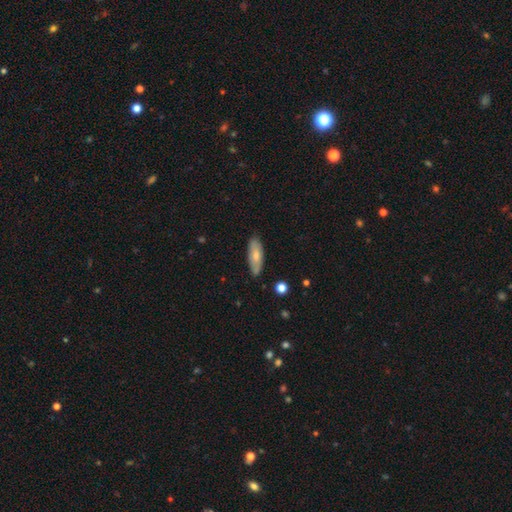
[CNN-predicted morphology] smooth_or_featured: smooth (p=0.71) [alt: featured or disk p=0.23]
how_rounded: in between (p=0.65) [alt: cigar-shaped p=0.33]
merging: none (p=0.82) [alt: minor disturbance p=0.14]